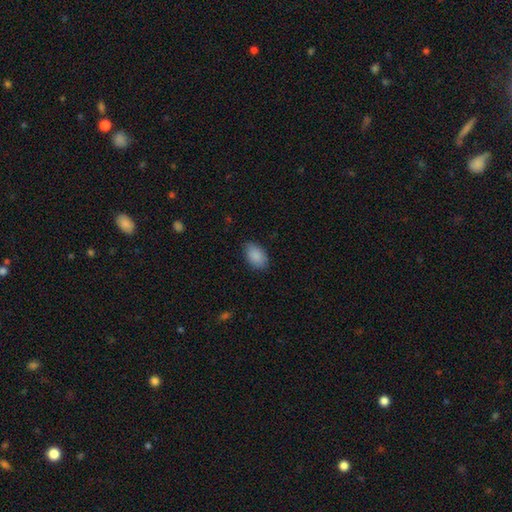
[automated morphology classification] smooth_or_featured: smooth (p=0.89) [alt: star or artifact p=0.07]
how_rounded: in between (p=0.92) [alt: round p=0.07]
merging: none (p=0.82) [alt: minor disturbance p=0.14]